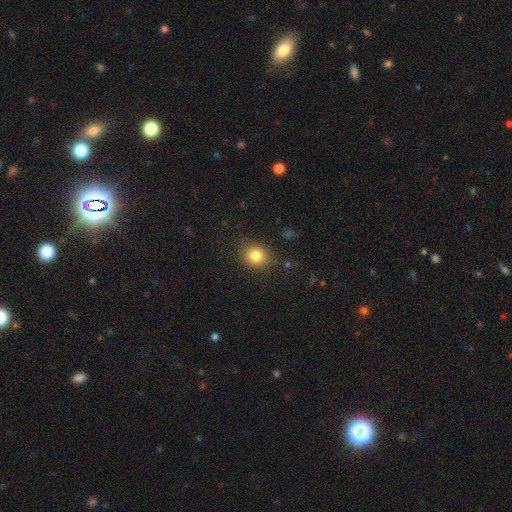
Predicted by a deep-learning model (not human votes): This appears to be a smooth galaxy with no disk features (83%) that is round (68%). Merging: none (83%).